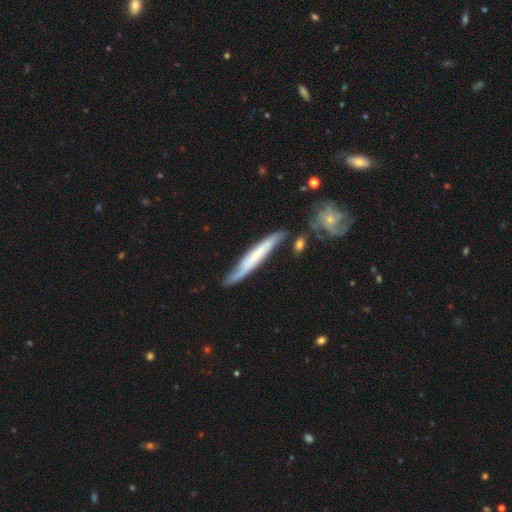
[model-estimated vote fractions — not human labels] A featured or disk galaxy (55%) viewed edge-on (69%). Merging: none (63%).